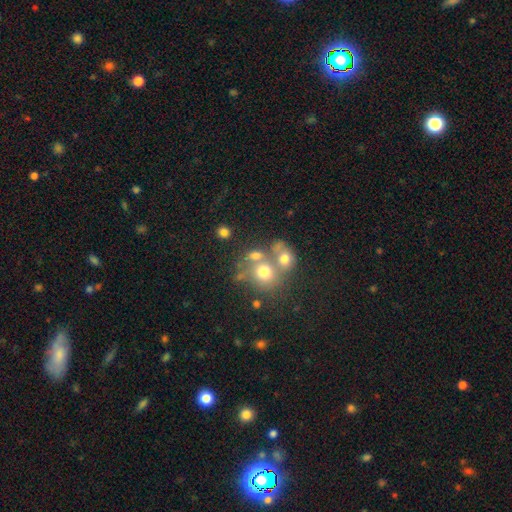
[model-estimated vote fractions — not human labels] The model was most divided on "merging": merger: 43%, none: 38%, minor disturbance: 11%, major disturbance: 8%. More confident: how rounded — round (68%); smooth or featured — smooth (67%).